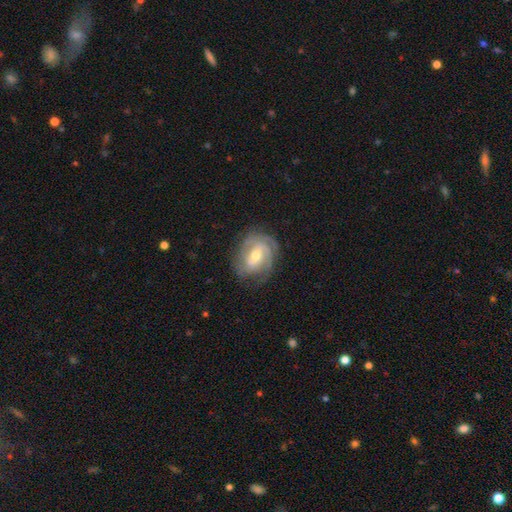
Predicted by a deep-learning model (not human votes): This appears to be a featured or disk galaxy (83%) with a weak bar (46%), 3 (29%) tight (61%) spiral arms (95%) and a moderate central bulge (55%). Merging: none (73%).